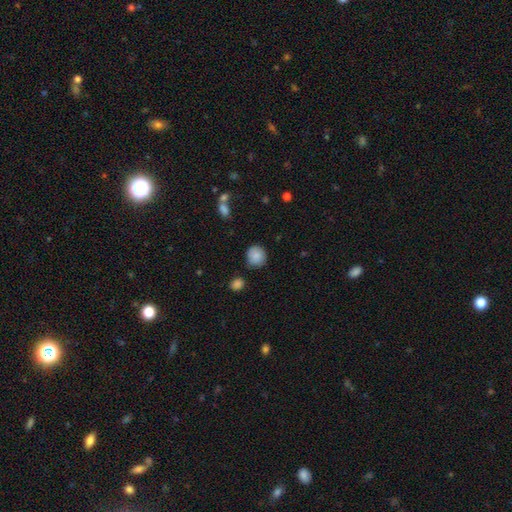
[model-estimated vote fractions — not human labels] Smooth or featured?
  - smooth: 86% *
  - star or artifact: 8%
  - featured or disk: 6%
How rounded?
  - round: 87% *
  - in between: 12%
  - cigar-shaped: 1%
Merging?
  - none: 77% *
  - minor disturbance: 15%
  - merger: 4%
  - major disturbance: 4%